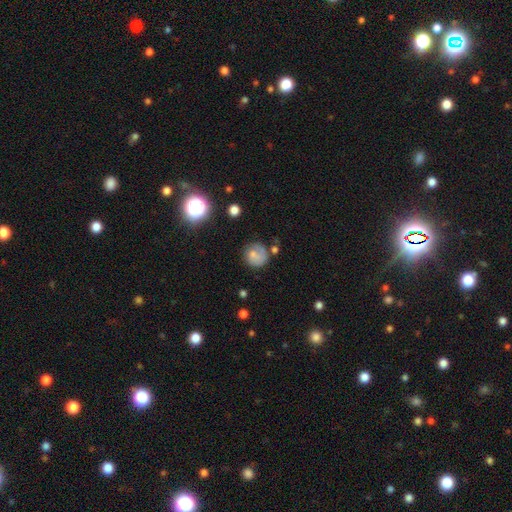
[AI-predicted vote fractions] smooth_or_featured: smooth (p=0.63) [alt: featured or disk p=0.25]
how_rounded: round (p=0.87) [alt: in between p=0.12]
merging: none (p=0.62) [alt: minor disturbance p=0.21]